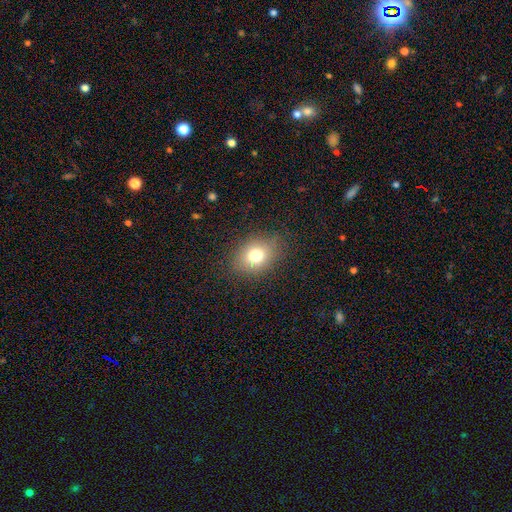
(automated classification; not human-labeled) A smooth galaxy with no disk features (74%) that is in between round and cigar-shaped (57%).

Vote fractions:
- Smooth or featured? smooth: 74% / star or artifact: 13% / featured or disk: 12%
- How rounded? in between: 57% / round: 42% / cigar-shaped: 1%
- Merging? none: 81% / minor disturbance: 13% / major disturbance: 4% / merger: 1%